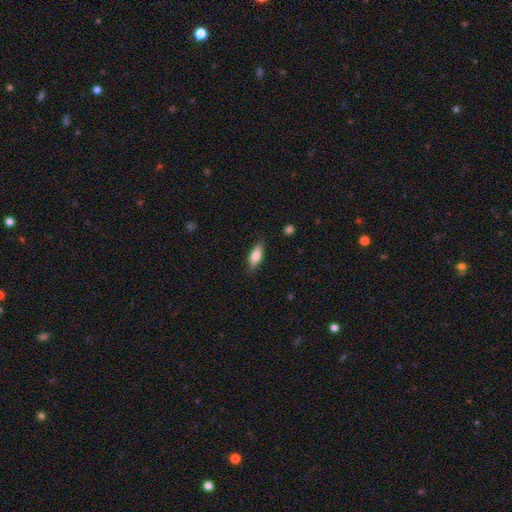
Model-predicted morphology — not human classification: smooth_or_featured: smooth (p=0.80) [alt: featured or disk p=0.13]
how_rounded: in between (p=0.72) [alt: cigar-shaped p=0.26]
merging: none (p=0.84) [alt: minor disturbance p=0.13]